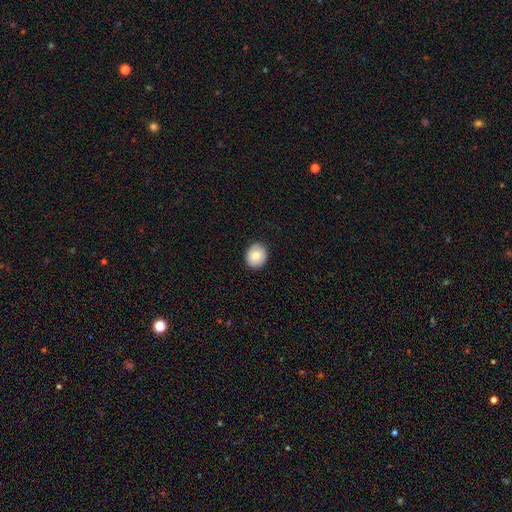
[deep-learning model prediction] smooth-or-featured: smooth: 76% | featured or disk: 17% | star or artifact: 8%
  how-rounded: round: 74% | in between: 25% | cigar-shaped: 1%
  merging: none: 90% | minor disturbance: 7% | major disturbance: 2% | merger: 1%